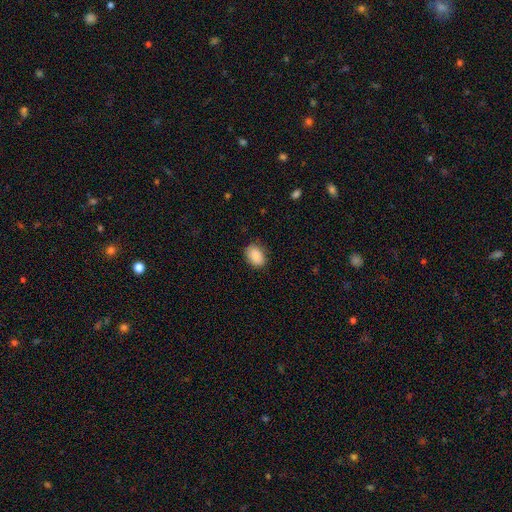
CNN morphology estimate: This is clearly a smooth galaxy (90%). How rounded: clearly in between (81%). Merging: clearly none (83%).